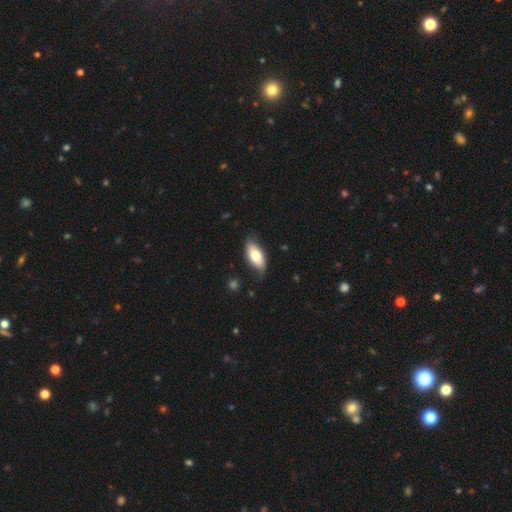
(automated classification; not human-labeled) smooth 71%, featured or disk 23%, star or artifact 6%. Down the decision tree: how rounded — in between (90%); merging — none (75%).